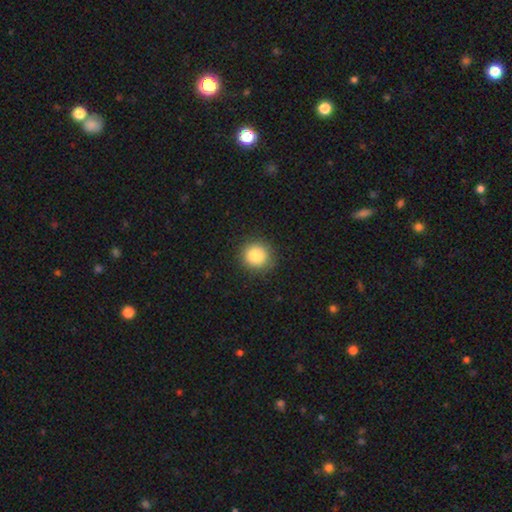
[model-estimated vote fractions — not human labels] Q: Smooth or featured?
A: smooth (84%); runner-up: star or artifact (10%)
Q: How rounded?
A: round (90%); runner-up: in between (9%)
Q: Merging?
A: none (89%); runner-up: minor disturbance (8%)